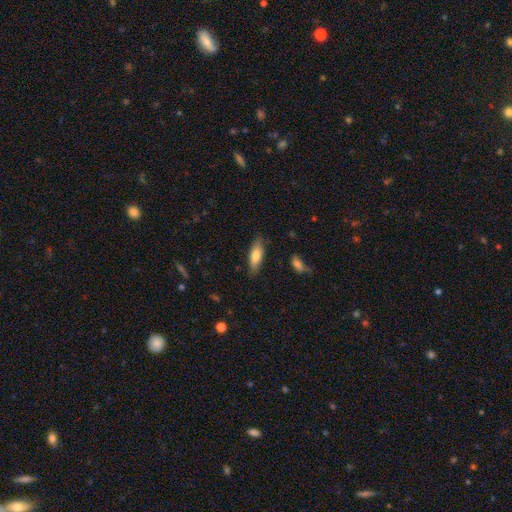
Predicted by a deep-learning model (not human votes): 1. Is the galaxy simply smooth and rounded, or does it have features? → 73% smooth, 20% featured or disk, 6% star or artifact.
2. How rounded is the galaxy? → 58% in between, 39% cigar-shaped, 2% round.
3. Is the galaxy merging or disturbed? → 82% none, 14% minor disturbance, 3% major disturbance, 2% merger.